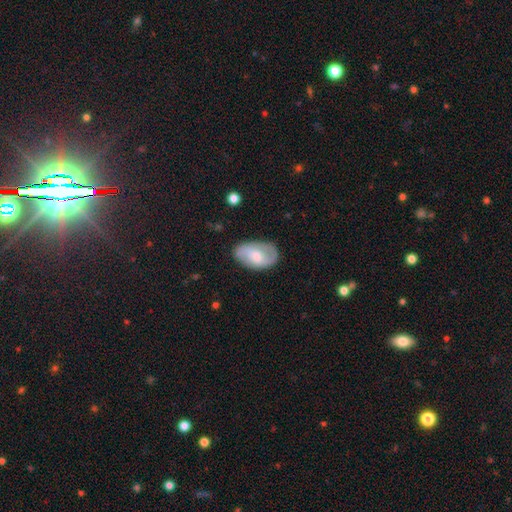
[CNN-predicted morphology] A smooth galaxy with no disk features (47%, tied with featured or disk).

Vote fractions:
- Smooth or featured? smooth: 47% (tied) / featured or disk: 47% (tied) / star or artifact: 6%
- Merging? none: 70% / minor disturbance: 22% / major disturbance: 7% / merger: 2%